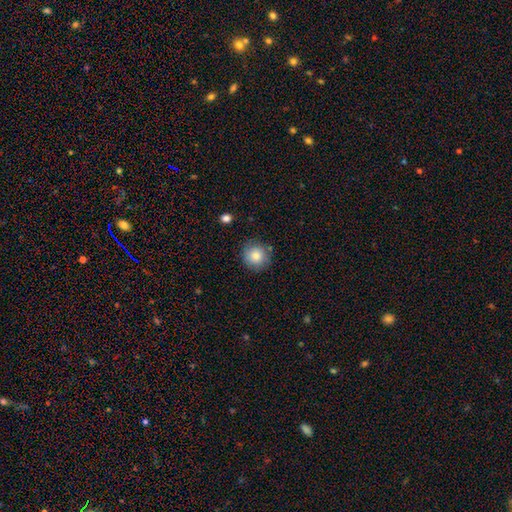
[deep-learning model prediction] Smooth or featured?
  - smooth: 82% *
  - star or artifact: 9%
  - featured or disk: 9%
How rounded?
  - round: 91% *
  - in between: 8%
  - cigar-shaped: 1%
Merging?
  - none: 85% *
  - minor disturbance: 11%
  - major disturbance: 3%
  - merger: 2%